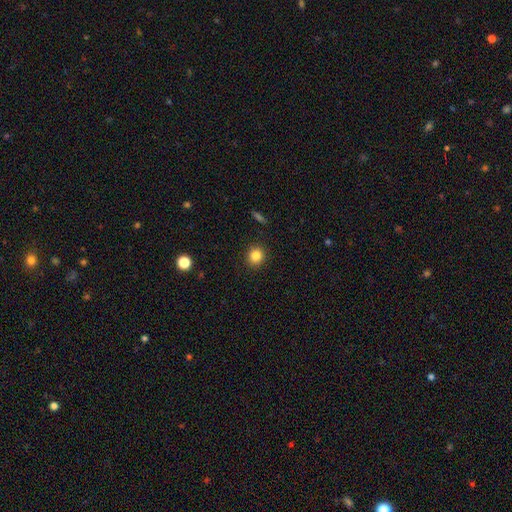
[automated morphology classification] The model was most divided on "how rounded": round: 84%, in between: 15%, cigar-shaped: 1%. More confident: merging — none (91%); smooth or featured — smooth (85%).